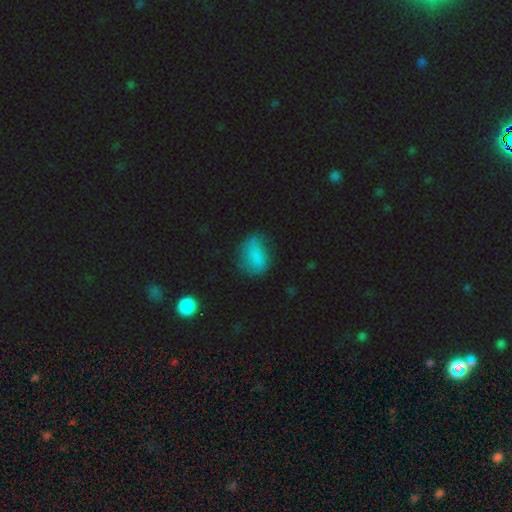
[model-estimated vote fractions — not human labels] A smooth galaxy with no disk features (75%) that is in between round and cigar-shaped (73%).

Vote fractions:
- Smooth or featured? smooth: 75% / featured or disk: 14% / star or artifact: 10%
- How rounded? in between: 73% / round: 24% / cigar-shaped: 3%
- Merging? none: 52% / minor disturbance: 33% / major disturbance: 13% / merger: 2%